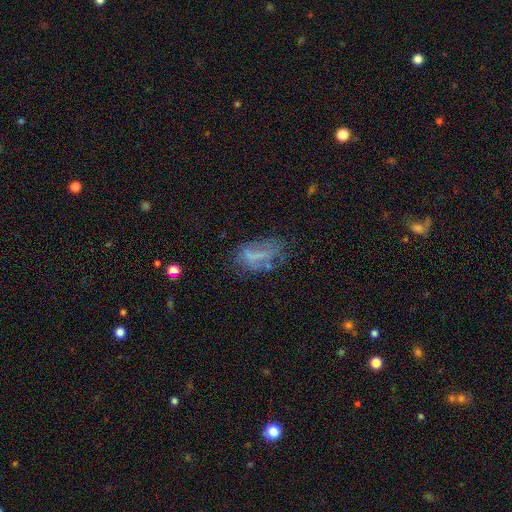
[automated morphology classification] Overall: smooth (46%; featured or disk 39%). Merging: none (43%; minor disturbance 26%).